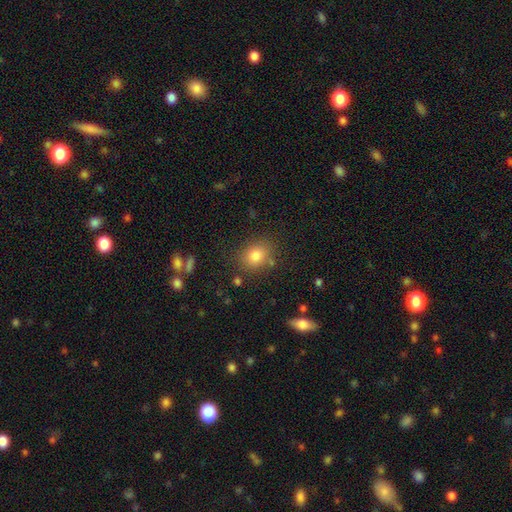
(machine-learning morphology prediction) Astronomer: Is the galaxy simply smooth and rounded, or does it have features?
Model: smooth — 81%.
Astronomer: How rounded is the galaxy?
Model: in between — 50% (runner-up: round, 49%).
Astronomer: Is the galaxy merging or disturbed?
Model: none — 78%.